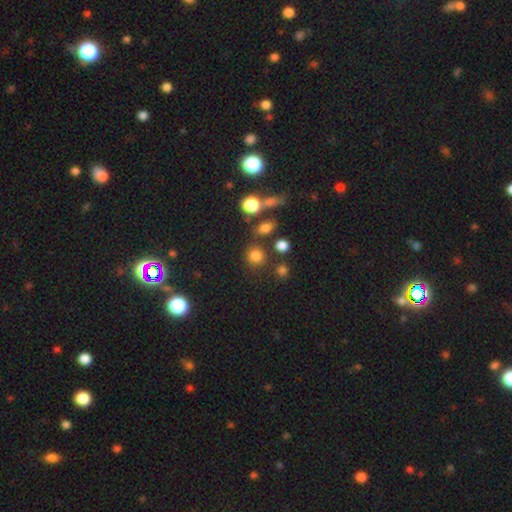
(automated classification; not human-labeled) A smooth galaxy with no disk features (79%) that is round (87%). Merging: none (78%).